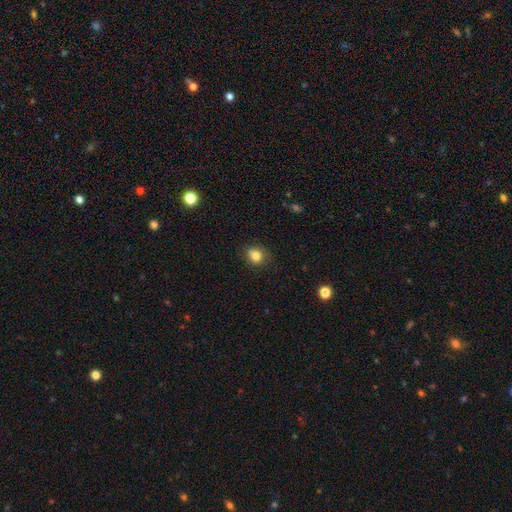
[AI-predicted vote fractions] This appears to be a smooth galaxy with no disk features (80%) that is round (70%). Merging: none (64%).